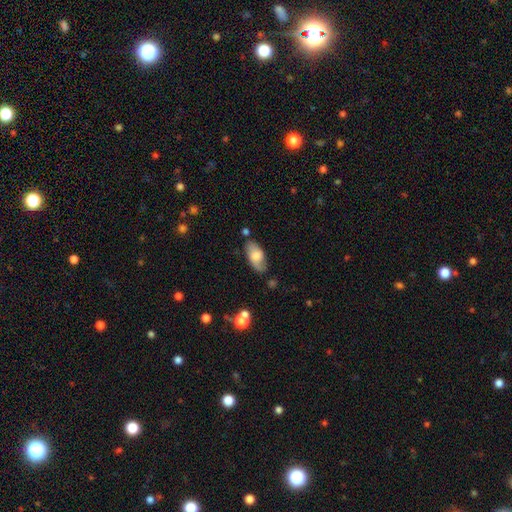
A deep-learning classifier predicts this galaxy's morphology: Smooth or featured? Predicted: smooth (p=0.59). How rounded? Predicted: in between (p=0.92). Merging? Predicted: none (p=0.70).